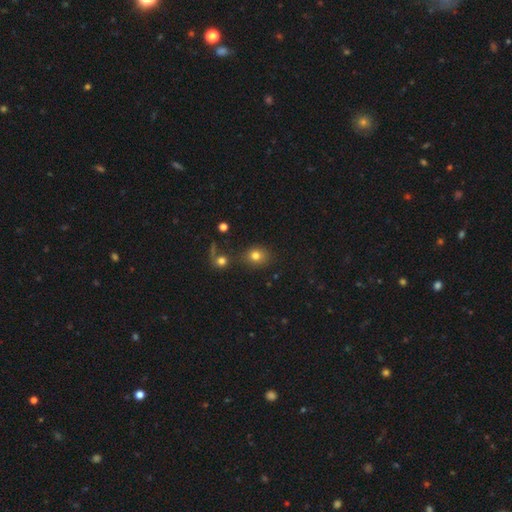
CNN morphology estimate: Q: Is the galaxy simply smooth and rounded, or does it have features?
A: smooth — 77%.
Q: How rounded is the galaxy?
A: round — 71%.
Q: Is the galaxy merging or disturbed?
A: none — 72%.